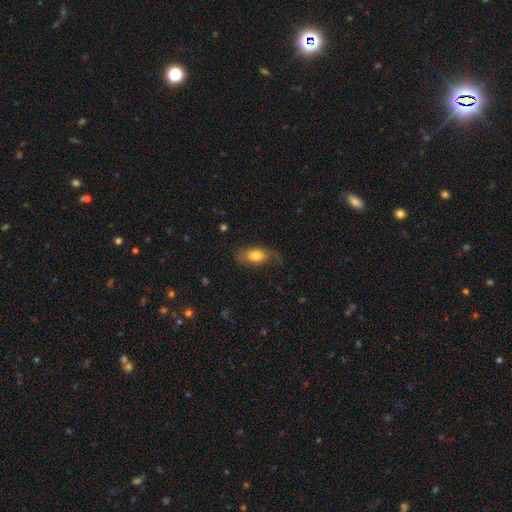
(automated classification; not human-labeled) A smooth galaxy with no disk features (69%) that is in between round and cigar-shaped (87%).

Vote fractions:
- Smooth or featured? smooth: 69% / featured or disk: 24% / star or artifact: 7%
- How rounded? in between: 87% / cigar-shaped: 6% / round: 6%
- Merging? none: 57% / minor disturbance: 27% / major disturbance: 14% / merger: 2%